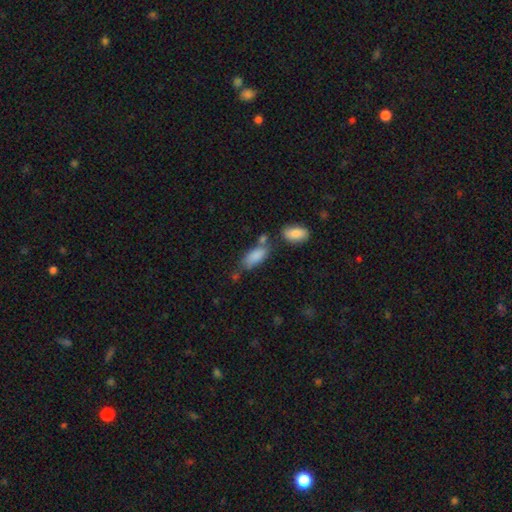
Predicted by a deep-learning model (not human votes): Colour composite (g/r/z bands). It shows a smooth galaxy with no disk features (85%) that is in between round and cigar-shaped (82%). Merging: none (52%).